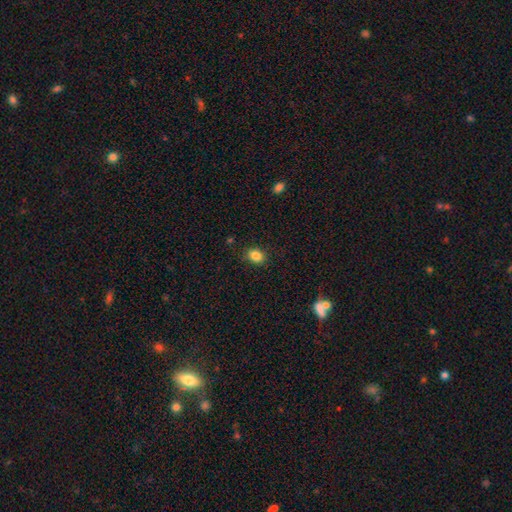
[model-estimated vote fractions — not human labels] Q: Smooth or featured?
A: smooth (85%); runner-up: star or artifact (10%)
Q: How rounded?
A: in between (61%); runner-up: round (38%)
Q: Merging?
A: none (86%); runner-up: minor disturbance (10%)